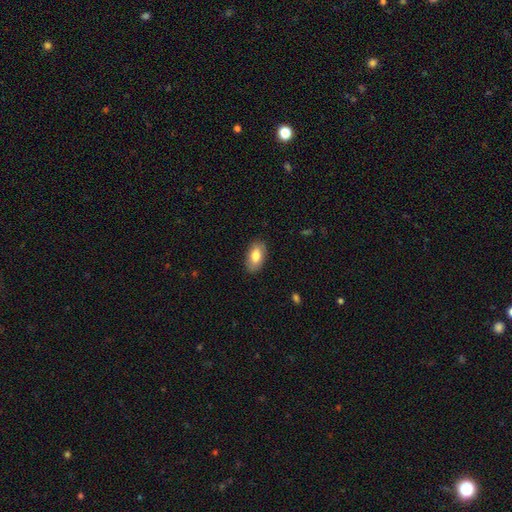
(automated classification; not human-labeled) This is likely a smooth galaxy (79%). How rounded: clearly in between (93%). Merging: clearly none (86%).